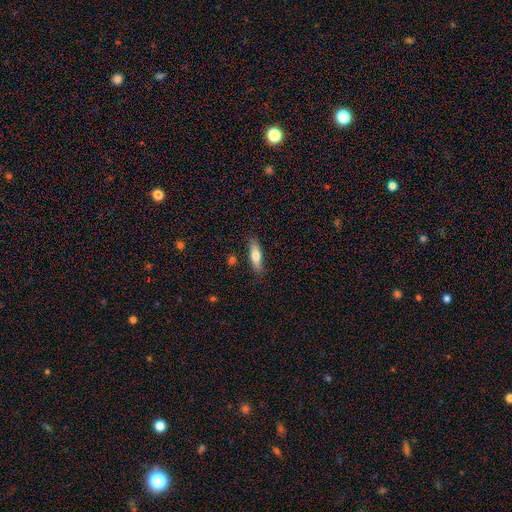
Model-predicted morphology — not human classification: This is likely a smooth galaxy (70%). How rounded: possibly cigar-shaped (57%). Merging: clearly none (84%).